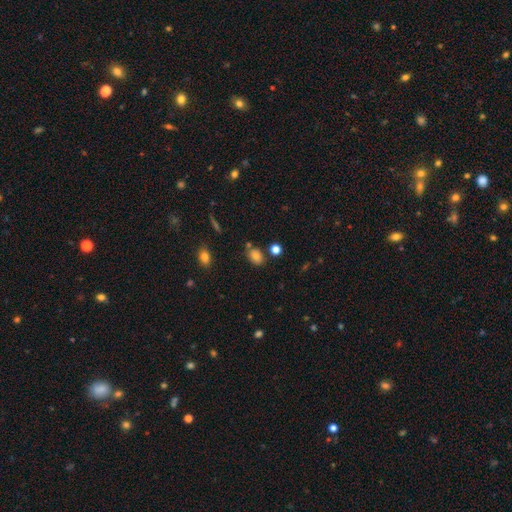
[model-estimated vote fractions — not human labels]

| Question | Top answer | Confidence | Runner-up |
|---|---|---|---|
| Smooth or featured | smooth | 78% | star or artifact (12%) |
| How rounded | in between | 71% | round (28%) |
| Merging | none | 75% | minor disturbance (13%) |